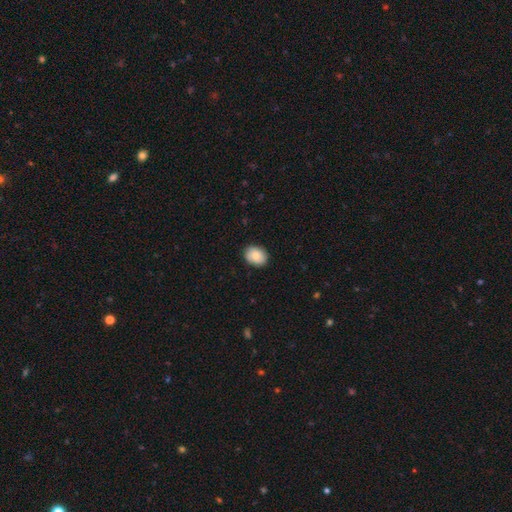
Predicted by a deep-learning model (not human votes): Smooth or featured? Predicted: smooth (p=0.82). How rounded? Predicted: in between (p=0.61). Merging? Predicted: none (p=0.87).